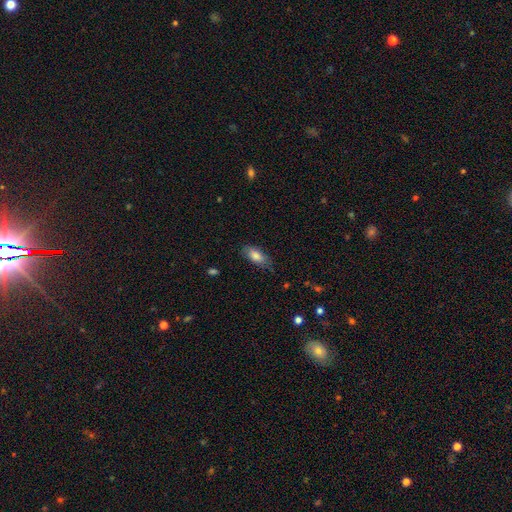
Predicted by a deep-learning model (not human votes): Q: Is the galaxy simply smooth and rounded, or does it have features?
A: smooth — 81%.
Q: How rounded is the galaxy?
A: in between — 85%.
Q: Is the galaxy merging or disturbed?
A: none — 74%.